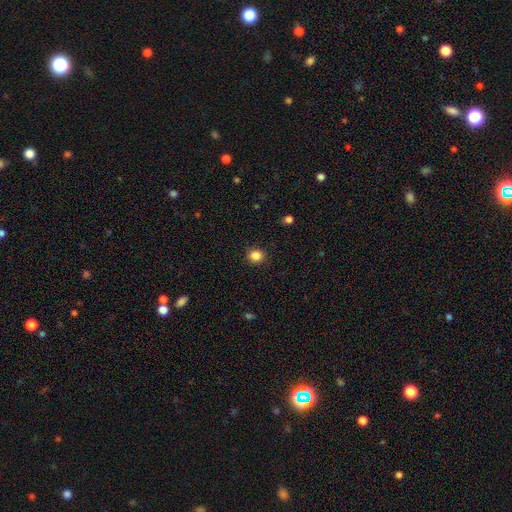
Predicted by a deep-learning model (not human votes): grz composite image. It shows a smooth galaxy with no disk features (86%) that is round (82%). Merging: none (90%).